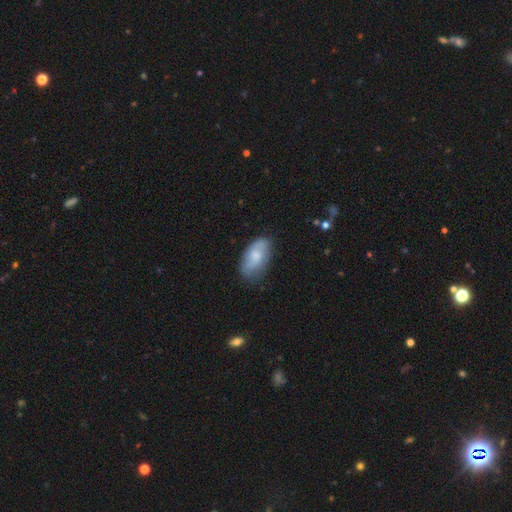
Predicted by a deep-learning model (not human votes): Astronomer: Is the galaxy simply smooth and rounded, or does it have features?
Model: smooth — 60%.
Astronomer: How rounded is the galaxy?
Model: in between — 92%.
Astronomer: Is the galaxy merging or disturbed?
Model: none — 69%.